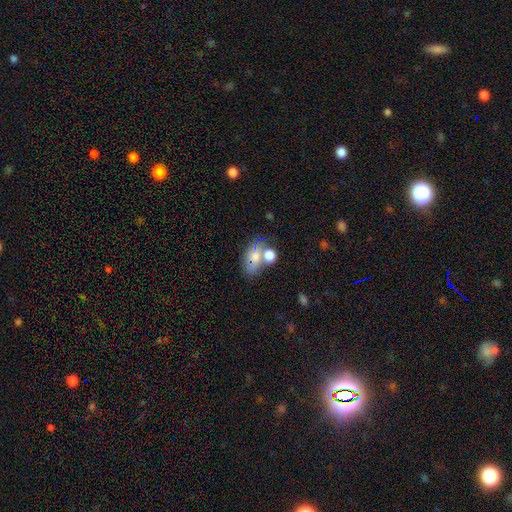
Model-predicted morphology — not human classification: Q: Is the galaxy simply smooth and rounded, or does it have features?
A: smooth — 65%.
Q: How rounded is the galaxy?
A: in between — 79%.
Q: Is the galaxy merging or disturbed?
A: merger — 41%.